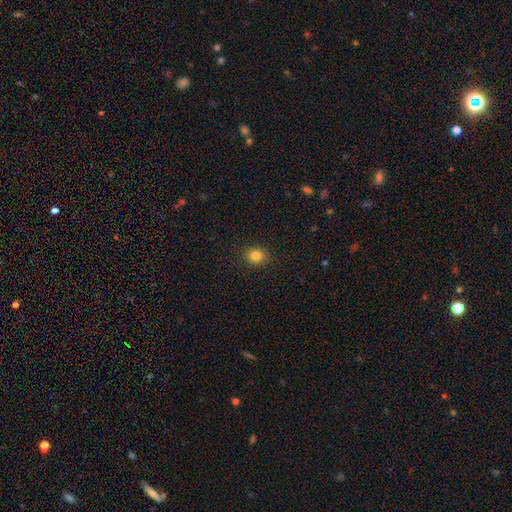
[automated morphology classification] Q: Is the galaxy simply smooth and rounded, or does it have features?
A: smooth — 83%.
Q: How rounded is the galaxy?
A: round — 71%.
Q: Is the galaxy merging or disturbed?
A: none — 90%.